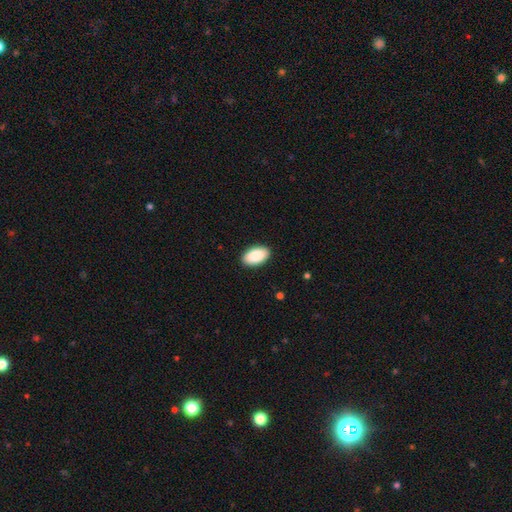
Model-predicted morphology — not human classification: smooth-or-featured: smooth: 91% | star or artifact: 6% | featured or disk: 3%
  how-rounded: in between: 96% | round: 3% | cigar-shaped: 1%
  merging: none: 90% | minor disturbance: 7% | major disturbance: 2% | merger: 1%